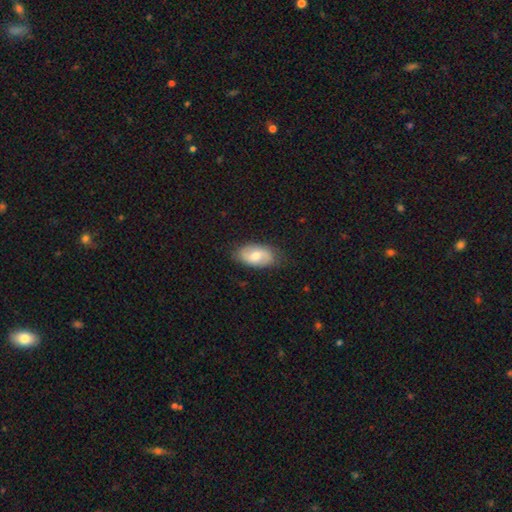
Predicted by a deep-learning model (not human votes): Smooth or featured?
  - smooth: 57% *
  - featured or disk: 37%
  - star or artifact: 6%
How rounded?
  - in between: 93% *
  - round: 5%
  - cigar-shaped: 2%
Merging?
  - none: 79% *
  - minor disturbance: 17%
  - major disturbance: 4%
  - merger: 1%